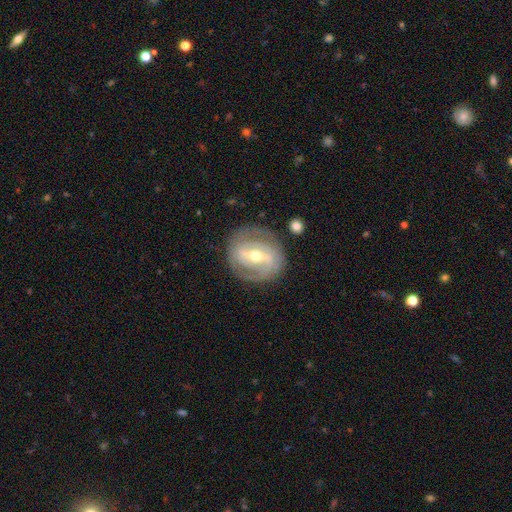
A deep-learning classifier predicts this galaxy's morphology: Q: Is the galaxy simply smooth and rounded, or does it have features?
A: featured or disk — 80%.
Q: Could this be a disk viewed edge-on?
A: no — 95%.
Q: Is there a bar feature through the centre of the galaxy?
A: strong — 52%.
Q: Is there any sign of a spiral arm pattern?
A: yes — 80%.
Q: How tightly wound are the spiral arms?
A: tight — 54%.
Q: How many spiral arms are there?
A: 2 — 70%.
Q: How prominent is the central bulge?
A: moderate — 67%.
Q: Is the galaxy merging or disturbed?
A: none — 81%.